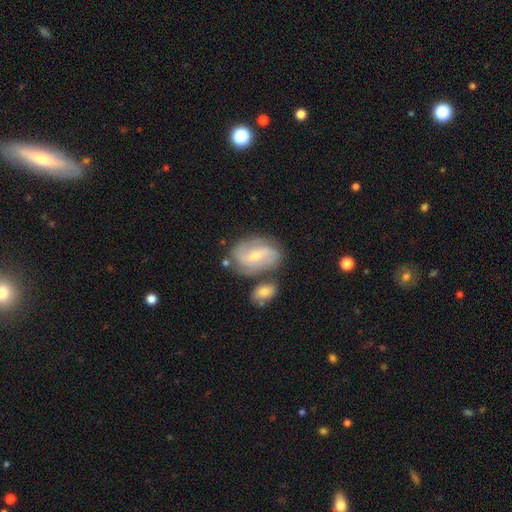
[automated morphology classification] This is likely a featured or disk galaxy (74%). It is clearly not viewed edge-on (96%). Bar: possibly weak (45%). Spiral arm pattern: clearly yes (88%). Spiral arm count: likely 2 (65%). Spiral winding: marginally medium (41%). Central bulge: possibly small (56%). Merging: likely none (65%).